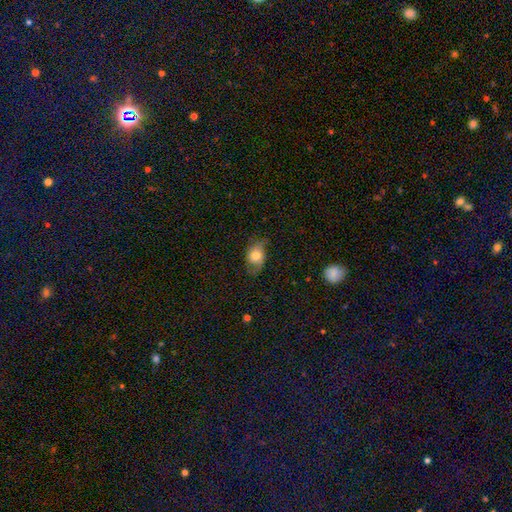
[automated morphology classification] This is likely a smooth galaxy (63%). How rounded: likely in between (73%). Merging: possibly none (60%).